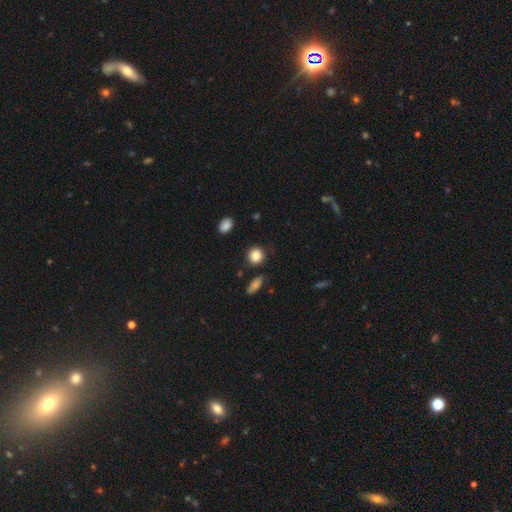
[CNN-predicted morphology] Smooth or featured? Predicted: smooth (p=0.85). How rounded? Predicted: round (p=0.84). Merging? Predicted: none (p=0.85).